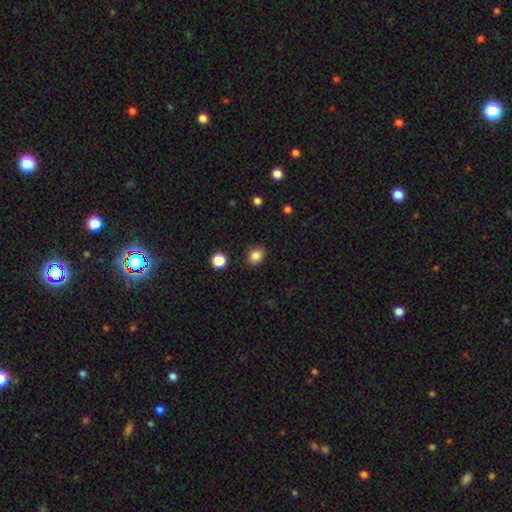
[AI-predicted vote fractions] Smooth or featured: smooth — 85% (star or artifact — 11%)
How rounded: round — 51% (in between — 48%)
Merging: none — 87% (minor disturbance — 9%)